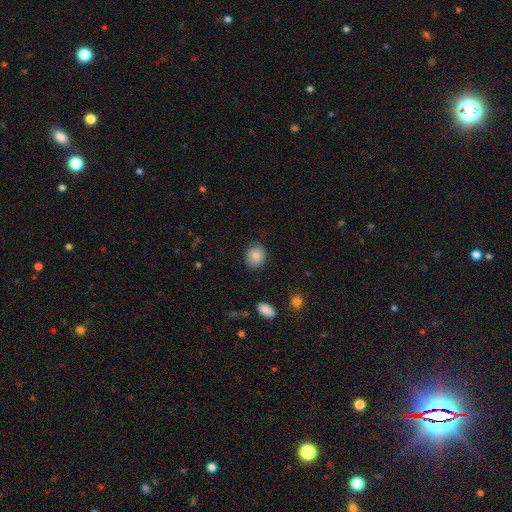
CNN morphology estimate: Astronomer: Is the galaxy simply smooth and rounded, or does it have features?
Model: smooth — 88%.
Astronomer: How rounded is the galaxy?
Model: round — 64%.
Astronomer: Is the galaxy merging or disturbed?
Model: none — 85%.